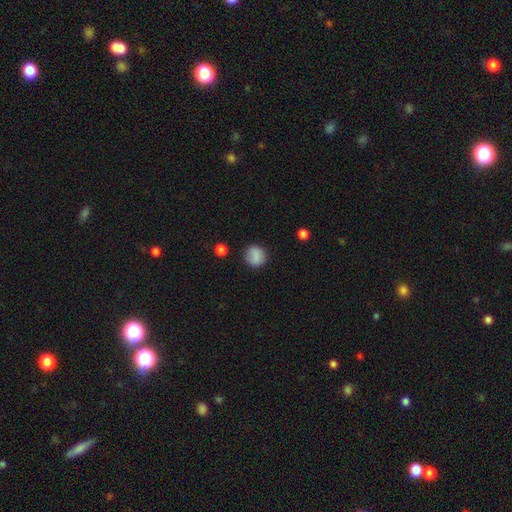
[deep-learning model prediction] Overall: smooth (83%). How rounded: round (84%). Merging: none (84%).